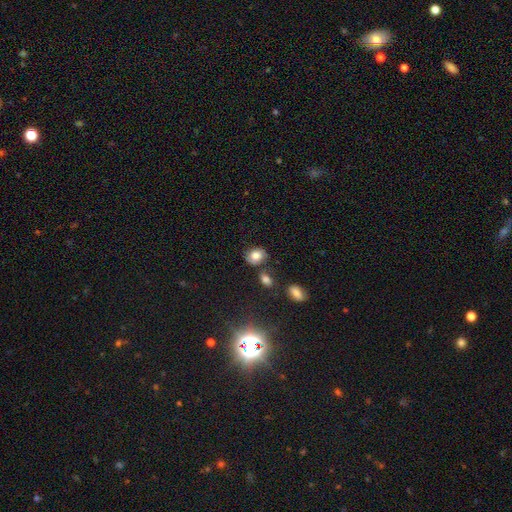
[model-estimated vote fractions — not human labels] This appears to be a smooth galaxy with no disk features (73%) that is round (50%). Merging: none (65%).